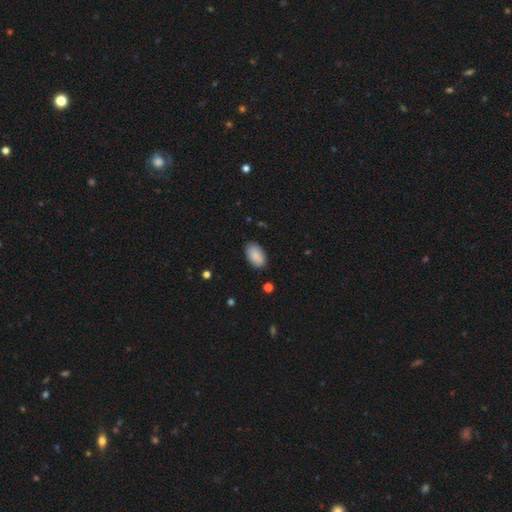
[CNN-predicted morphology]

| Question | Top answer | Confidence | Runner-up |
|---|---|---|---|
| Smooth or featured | smooth | 89% | star or artifact (6%) |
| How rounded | in between | 95% | round (4%) |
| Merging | none | 86% | minor disturbance (11%) |